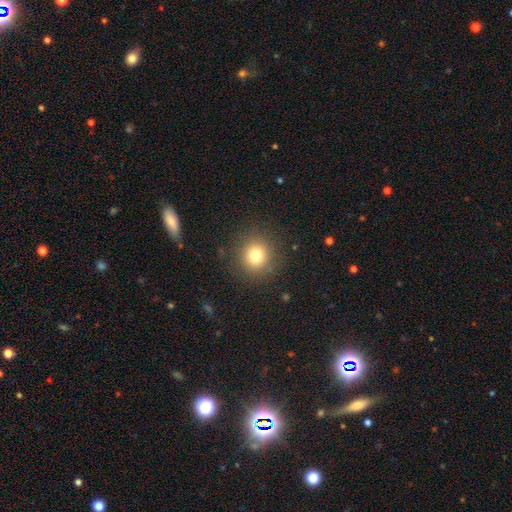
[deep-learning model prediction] Overall: smooth (77%). How rounded: round (91%). Merging: none (88%).